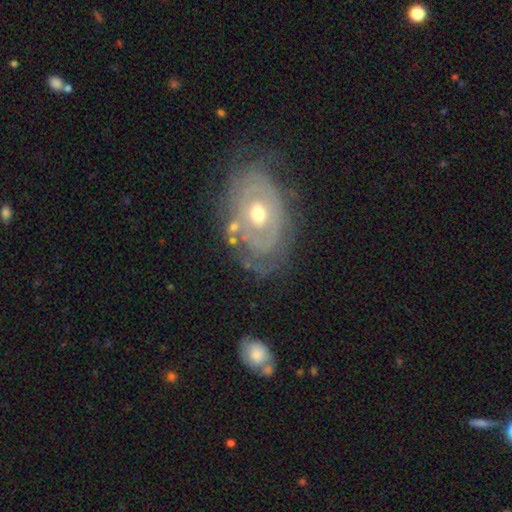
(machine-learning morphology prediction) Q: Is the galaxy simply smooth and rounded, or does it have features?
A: featured or disk — 77%.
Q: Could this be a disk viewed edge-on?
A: no — 95%.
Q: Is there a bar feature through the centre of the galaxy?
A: no — 80%.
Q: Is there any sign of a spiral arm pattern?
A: yes — 63%.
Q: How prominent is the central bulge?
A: moderate — 69%.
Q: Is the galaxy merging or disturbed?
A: none — 67%.